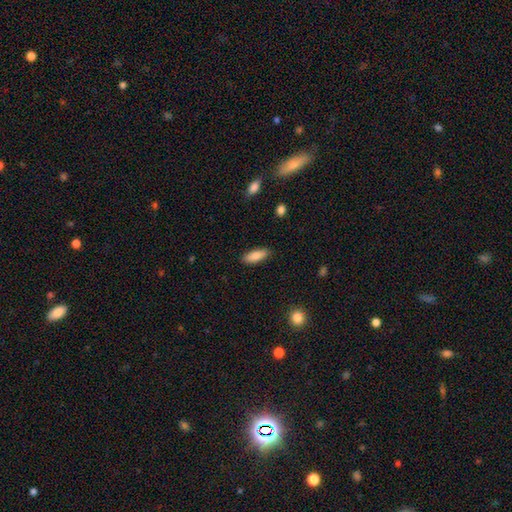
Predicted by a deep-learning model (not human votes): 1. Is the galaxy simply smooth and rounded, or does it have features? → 84% smooth, 10% featured or disk, 6% star or artifact.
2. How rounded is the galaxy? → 66% in between, 32% cigar-shaped, 2% round.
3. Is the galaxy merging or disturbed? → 88% none, 9% minor disturbance, 2% major disturbance, 1% merger.